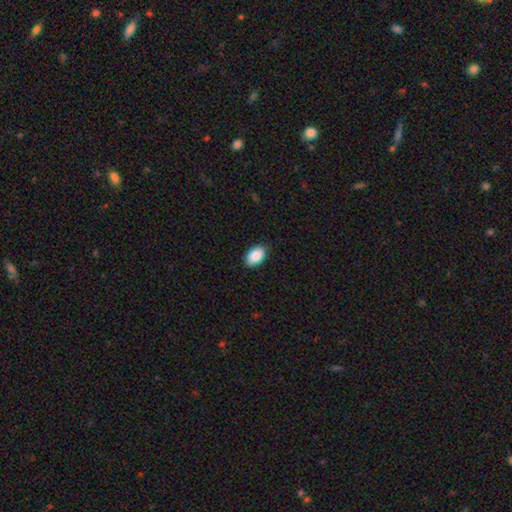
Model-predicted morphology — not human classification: smooth_or_featured: smooth (p=0.89) [alt: star or artifact p=0.07]
how_rounded: in between (p=0.91) [alt: round p=0.08]
merging: none (p=0.87) [alt: minor disturbance p=0.10]